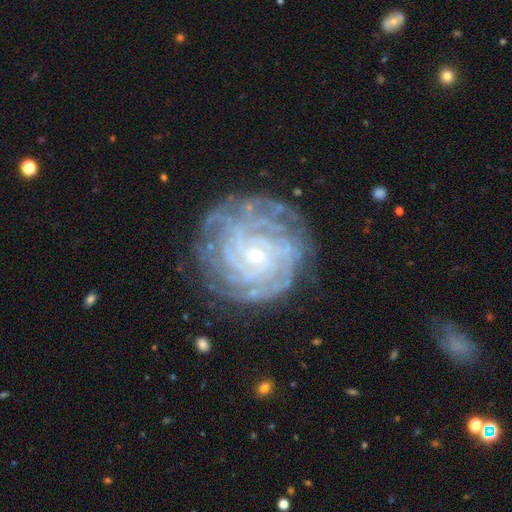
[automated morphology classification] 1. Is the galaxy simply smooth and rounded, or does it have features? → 87% featured or disk, 7% smooth, 6% star or artifact.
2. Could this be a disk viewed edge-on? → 98% no, 2% yes.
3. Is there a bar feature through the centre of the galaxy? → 70% no, 23% weak, 7% strong.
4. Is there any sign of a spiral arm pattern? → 97% yes, 3% no.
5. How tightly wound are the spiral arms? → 83% tight, 15% medium, 3% loose.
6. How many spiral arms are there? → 27% can't tell, 22% 4, 22% more than 4, 13% 3, 9% 2, 7% 1.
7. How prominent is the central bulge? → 79% small, 17% moderate, 2% none, 1% large, 1% dominant.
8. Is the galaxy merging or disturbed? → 78% none, 15% minor disturbance, 6% major disturbance, 1% merger.